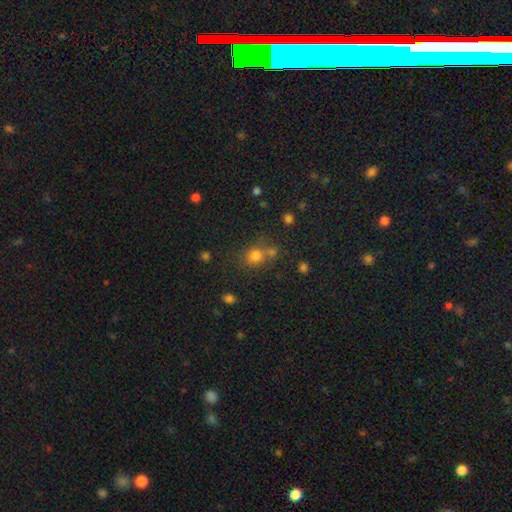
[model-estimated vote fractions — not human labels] A smooth galaxy with no disk features (76%) that is round (80%).

Vote fractions:
- Smooth or featured? smooth: 76% / star or artifact: 17% / featured or disk: 7%
- How rounded? round: 80% / in between: 19% / cigar-shaped: 1%
- Merging? none: 59% / merger: 24% / minor disturbance: 12% / major disturbance: 5%